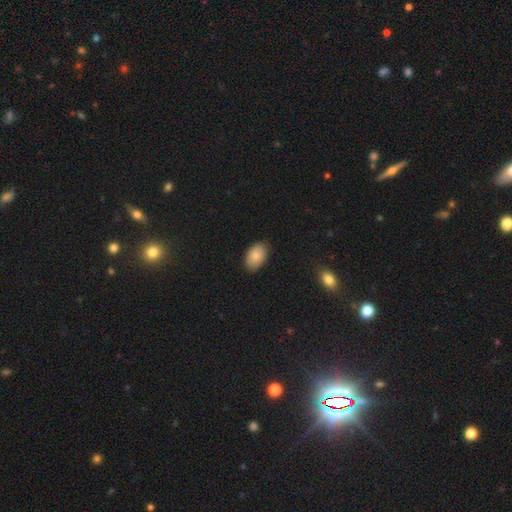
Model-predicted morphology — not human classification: The model was most divided on "merging": none: 86%, minor disturbance: 11%, major disturbance: 2%, merger: 1%. More confident: how rounded — in between (92%); smooth or featured — smooth (84%).